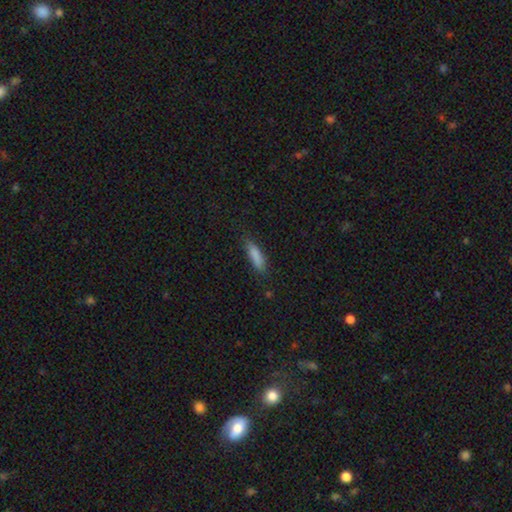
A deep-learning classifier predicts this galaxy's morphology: This appears to be a smooth galaxy with no disk features (85%) that is cigar-shaped (63%). Merging: none (77%).